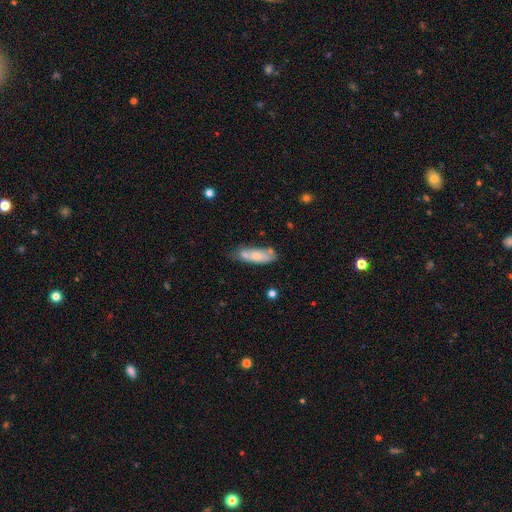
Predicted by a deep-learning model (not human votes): smooth-or-featured: smooth: 64% | featured or disk: 29% | star or artifact: 7%
  how-rounded: in between: 62% | cigar-shaped: 36% | round: 3%
  merging: none: 48% | merger: 23% | minor disturbance: 22% | major disturbance: 7%